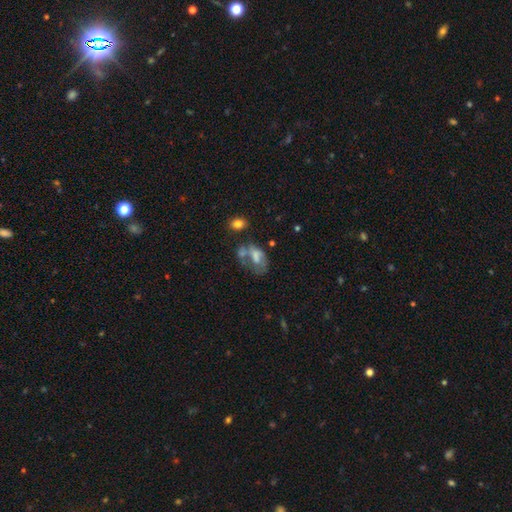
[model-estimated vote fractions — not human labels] A smooth galaxy with no disk features (48%). Merging: major disturbance (29%).